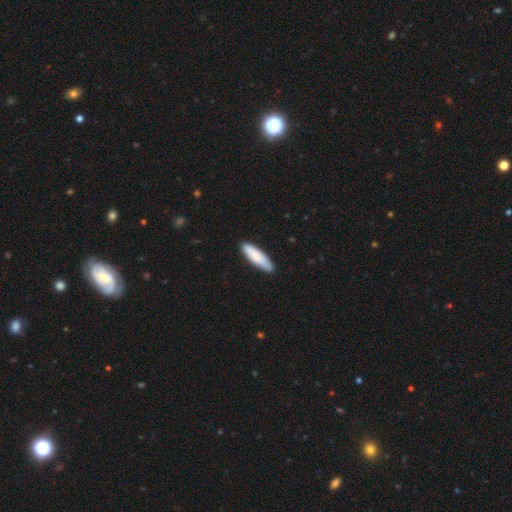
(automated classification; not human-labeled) smooth 86%, featured or disk 10%, star or artifact 5%. Down the decision tree: how rounded — cigar-shaped (64%); merging — none (87%).